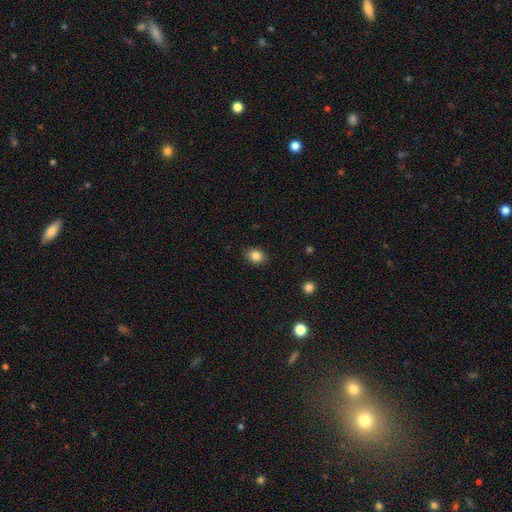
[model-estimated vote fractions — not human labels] A smooth galaxy with no disk features (85%) that is in between round and cigar-shaped (53%).

Vote fractions:
- Smooth or featured? smooth: 85% / star or artifact: 10% / featured or disk: 6%
- How rounded? in between: 53% / round: 46% / cigar-shaped: 1%
- Merging? none: 88% / minor disturbance: 9% / major disturbance: 2% / merger: 1%